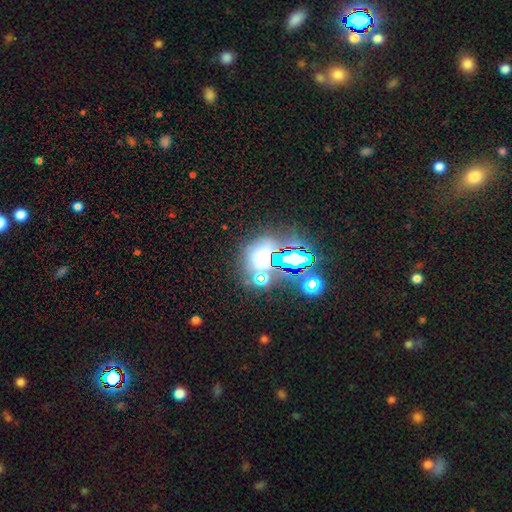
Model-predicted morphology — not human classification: Smooth or featured: star or artifact — 58% (smooth — 30%)